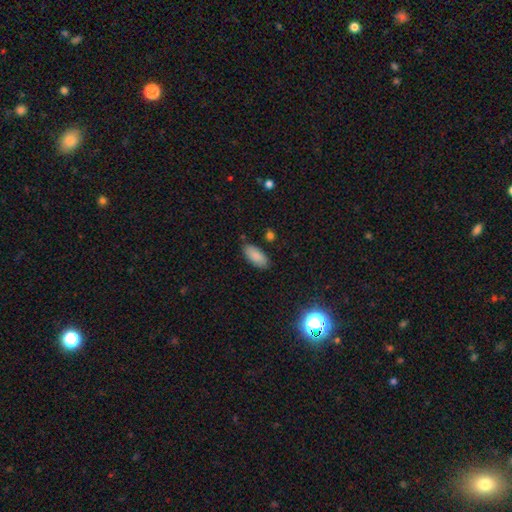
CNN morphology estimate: type=smooth (87%); roundness=in between (87%); merging=none (84%).